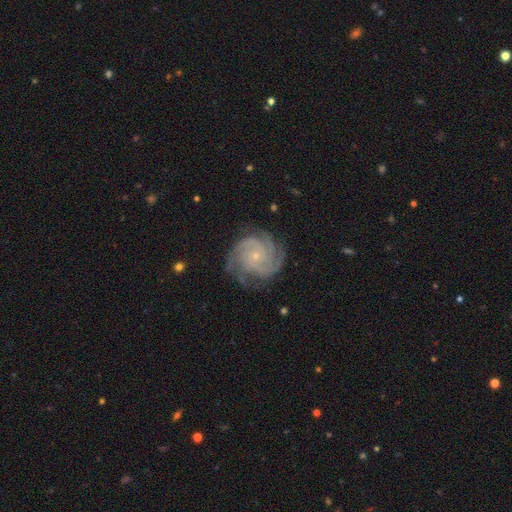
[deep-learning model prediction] The model was most divided on "spiral arm count" (2-way tie): 4: 33%, 3: 33%, can't tell: 11%, 2: 10%, more than 4: 7%, 1: 6%. More confident: spiral arms — yes (98%); edge-on disk — no (98%); smooth or featured — featured or disk (89%); bulge size — small (83%); bar — no (79%); merging — none (77%); spiral winding — tight (69%).